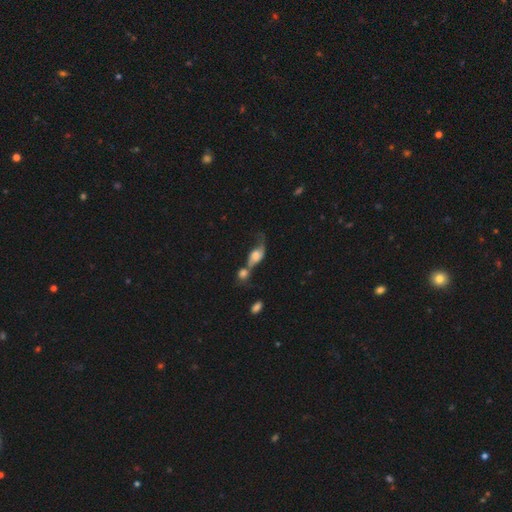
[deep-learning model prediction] Smooth or featured? featured or disk (52%)
Edge-on disk? no (86%)
Merging? merger (57%)